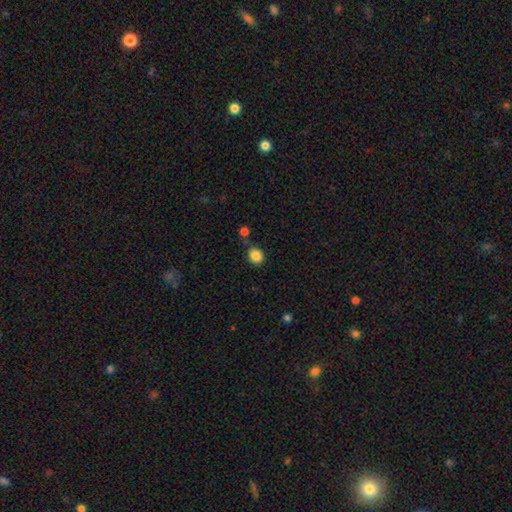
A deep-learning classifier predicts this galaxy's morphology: The model was most divided on "how rounded": round: 75%, in between: 24%, cigar-shaped: 1%. More confident: smooth or featured — smooth (86%); merging — none (76%).